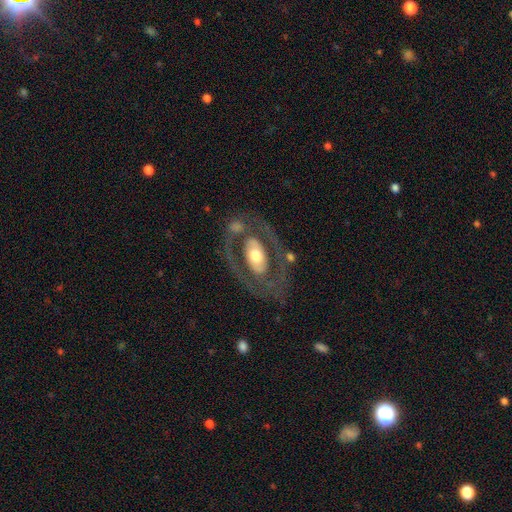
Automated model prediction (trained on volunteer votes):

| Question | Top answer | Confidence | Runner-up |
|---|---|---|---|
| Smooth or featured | featured or disk | 67% | smooth (27%) |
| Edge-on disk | no | 92% | yes (8%) |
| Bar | no | 69% | weak (18%) |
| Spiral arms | no | 63% | yes (37%) |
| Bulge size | moderate | 59% | large (27%) |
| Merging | none | 66% | major disturbance (15%) |